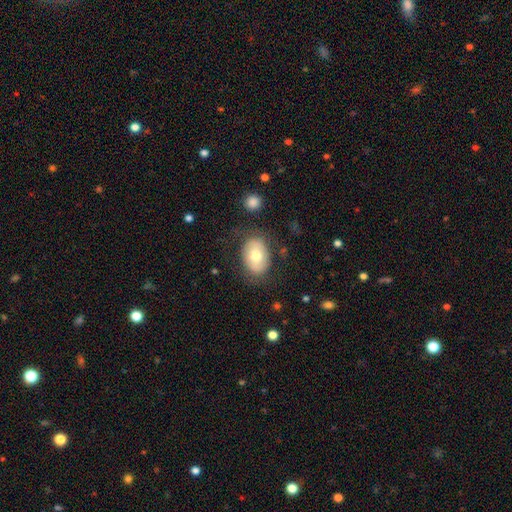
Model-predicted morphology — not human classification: A smooth galaxy with no disk features (65%) that is in between round and cigar-shaped (77%).

Vote fractions:
- Smooth or featured? smooth: 65% / featured or disk: 28% / star or artifact: 7%
- How rounded? in between: 77% / round: 22% / cigar-shaped: 1%
- Merging? none: 73% / minor disturbance: 17% / major disturbance: 8% / merger: 2%